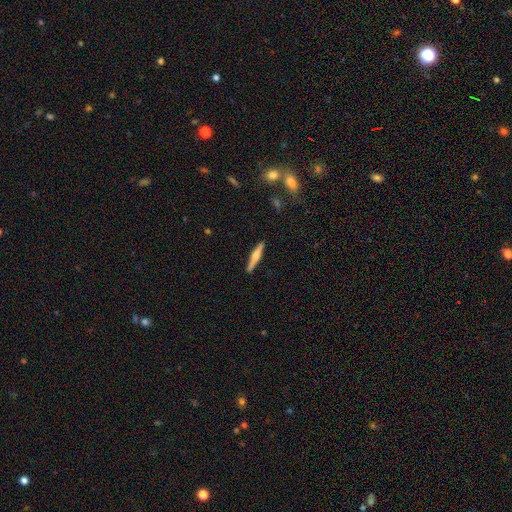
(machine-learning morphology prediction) This appears to be a featured or disk galaxy (58%) viewed edge-on (97%) with a rounded central bulge (86%). Merging: none (90%).